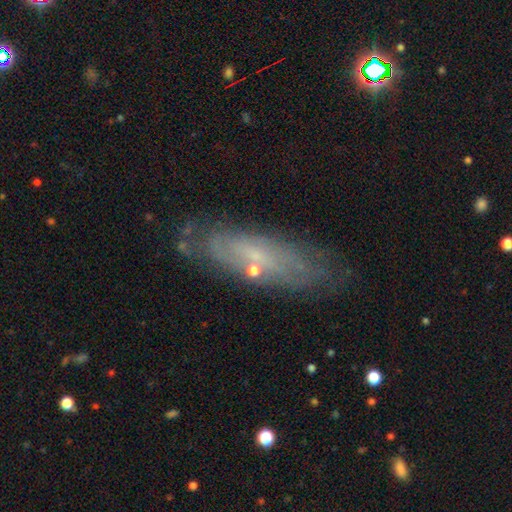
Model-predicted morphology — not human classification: A featured or disk galaxy (62%). Merging: none (73%).